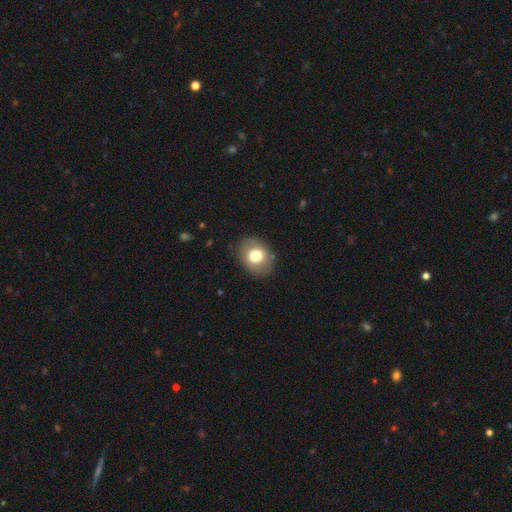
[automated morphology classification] This is likely a smooth galaxy (72%). How rounded: possibly in between (53%). Merging: clearly none (85%).